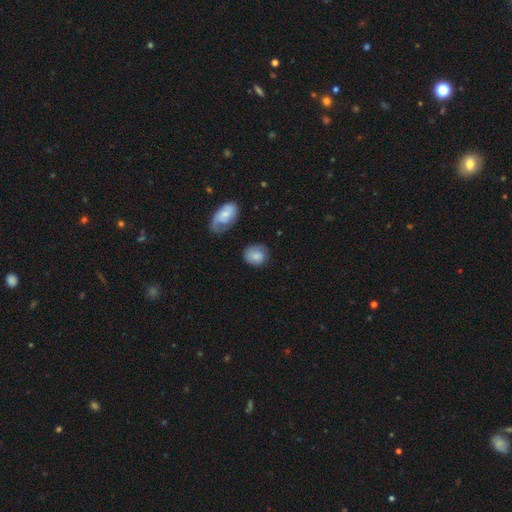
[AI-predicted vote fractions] Morphology: type=smooth (63%); roundness=round (69%); merging=none (69%).